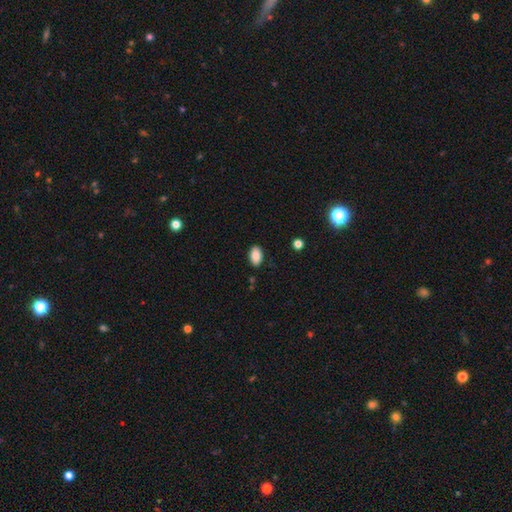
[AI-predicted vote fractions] A smooth galaxy with no disk features (87%) that is in between round and cigar-shaped (92%). Merging: none (86%).